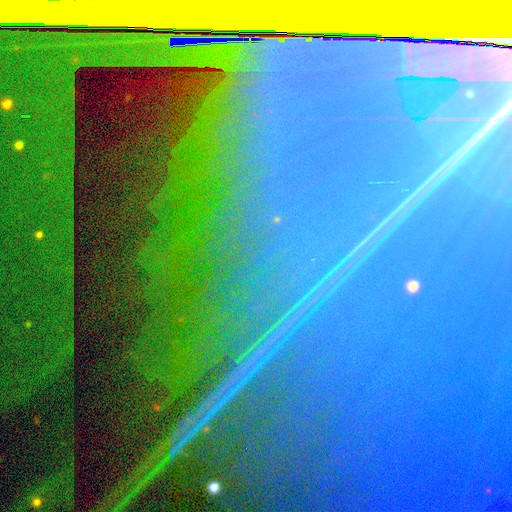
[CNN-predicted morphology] The model was most divided on "smooth or featured": star or artifact: 87%, featured or disk: 8%, smooth: 5%.